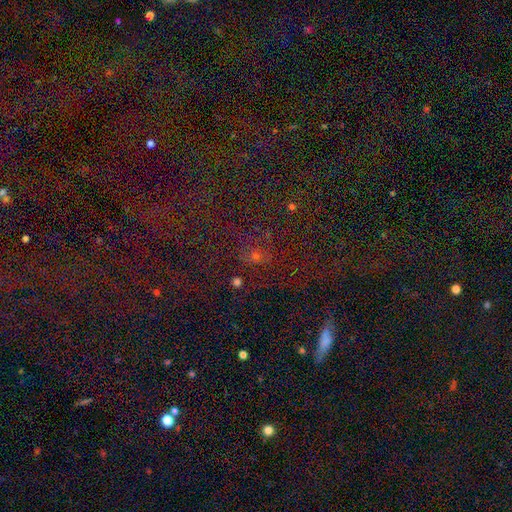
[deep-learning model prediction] Smooth or featured? Predicted: star or artifact (p=0.55).